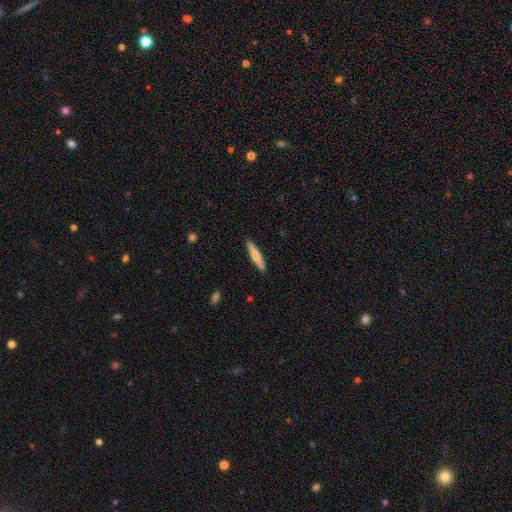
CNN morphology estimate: Q: Smooth or featured?
A: smooth (62%); runner-up: featured or disk (32%)
Q: How rounded?
A: cigar-shaped (90%); runner-up: in between (9%)
Q: Merging?
A: none (90%); runner-up: minor disturbance (7%)